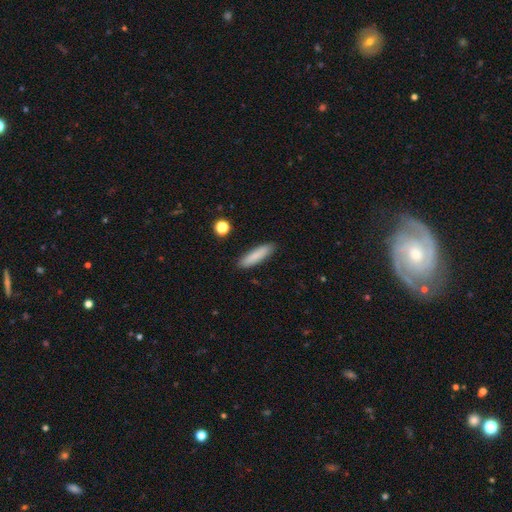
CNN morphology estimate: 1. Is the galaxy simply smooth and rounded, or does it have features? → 83% smooth, 10% featured or disk, 7% star or artifact.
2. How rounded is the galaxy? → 76% cigar-shaped, 22% in between, 1% round.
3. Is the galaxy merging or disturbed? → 89% none, 8% minor disturbance, 2% major disturbance, 1% merger.